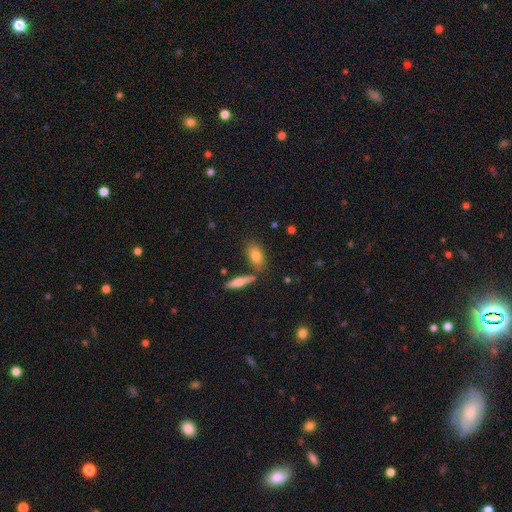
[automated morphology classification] This appears to be a smooth galaxy with no disk features (80%) that is in between round and cigar-shaped (82%). Merging: none (68%).